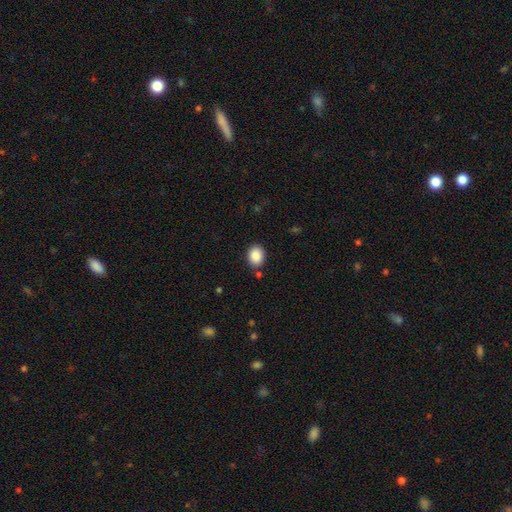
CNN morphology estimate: Overall: smooth (88%). How rounded: in between (57%; round 42%). Merging: none (85%).